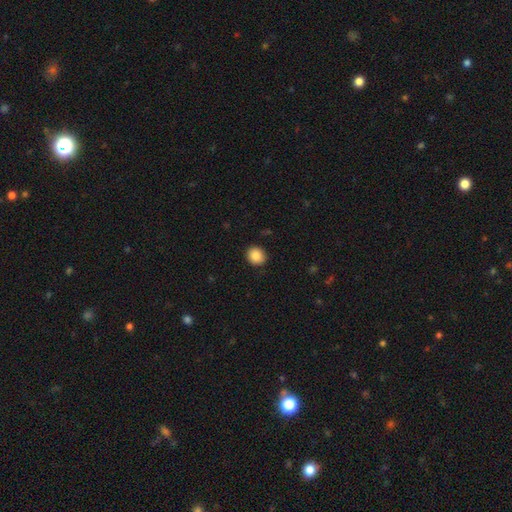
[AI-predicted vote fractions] Overall: smooth (87%). How rounded: round (76%). Merging: none (89%).